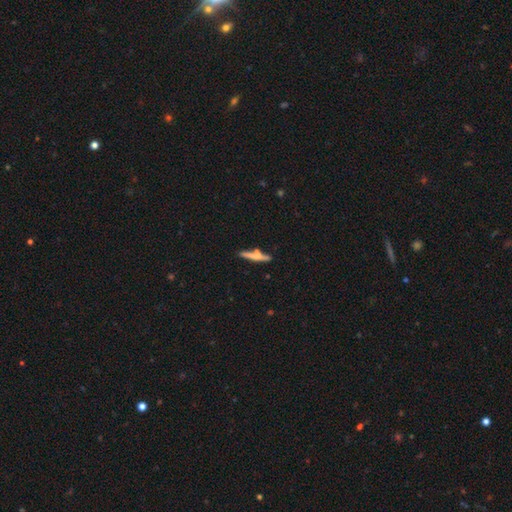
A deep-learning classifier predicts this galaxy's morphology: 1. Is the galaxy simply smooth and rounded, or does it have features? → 56% smooth, 37% featured or disk, 7% star or artifact.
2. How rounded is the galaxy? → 90% cigar-shaped, 7% in between, 2% round.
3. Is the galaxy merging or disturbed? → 69% none, 14% minor disturbance, 13% merger, 4% major disturbance.